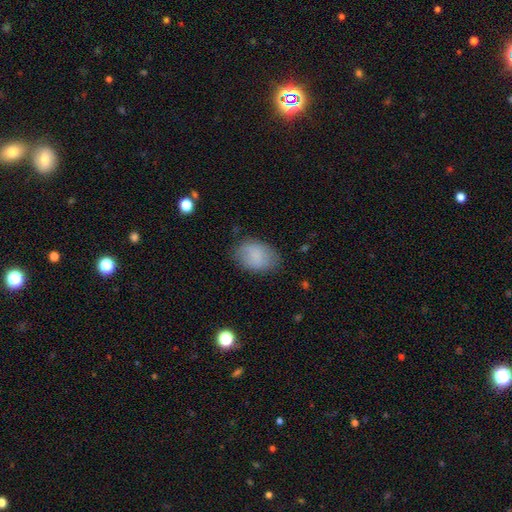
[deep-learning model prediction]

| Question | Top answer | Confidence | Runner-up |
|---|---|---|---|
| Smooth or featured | smooth | 82% | featured or disk (11%) |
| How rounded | in between | 82% | round (17%) |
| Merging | none | 75% | minor disturbance (18%) |